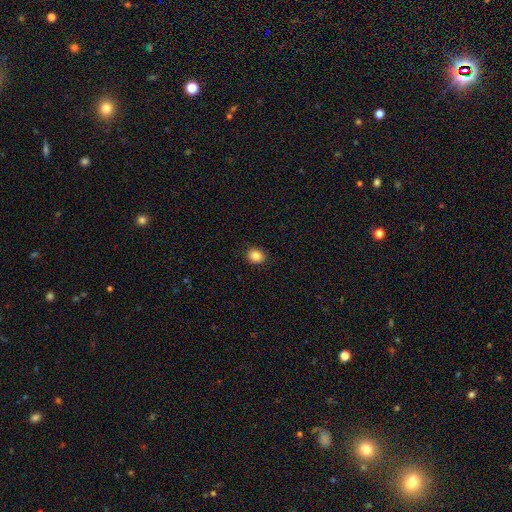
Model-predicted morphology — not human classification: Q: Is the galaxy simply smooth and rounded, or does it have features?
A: smooth — 86%.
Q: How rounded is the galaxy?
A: round — 62%.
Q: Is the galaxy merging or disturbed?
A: none — 91%.